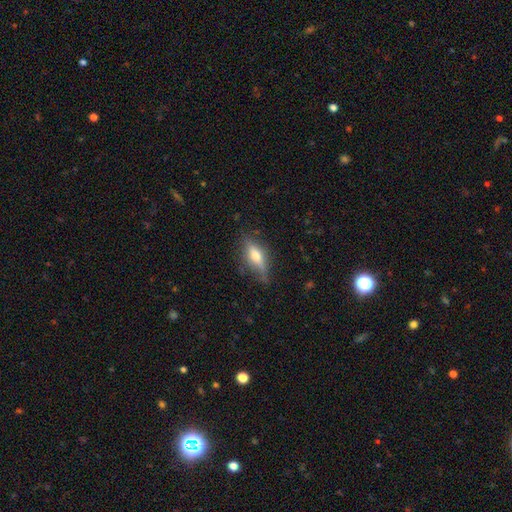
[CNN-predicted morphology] Smooth or featured? Predicted: featured or disk (p=0.52). Edge-on disk? Predicted: yes (p=0.89). Merging? Predicted: none (p=0.76).